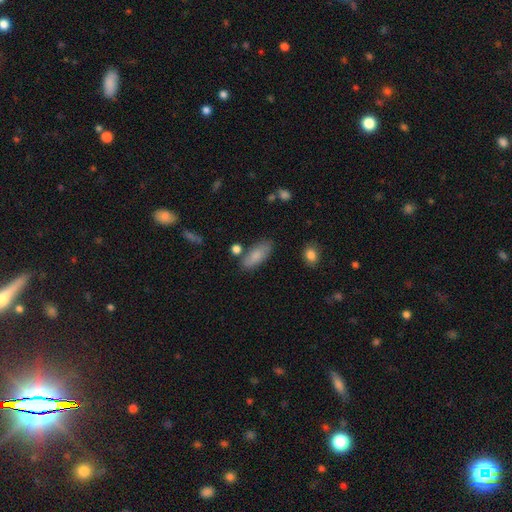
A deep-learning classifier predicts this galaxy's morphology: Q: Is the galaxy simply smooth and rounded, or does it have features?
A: smooth — 81%.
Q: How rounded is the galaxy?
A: in between — 81%.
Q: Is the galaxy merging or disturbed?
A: none — 73%.